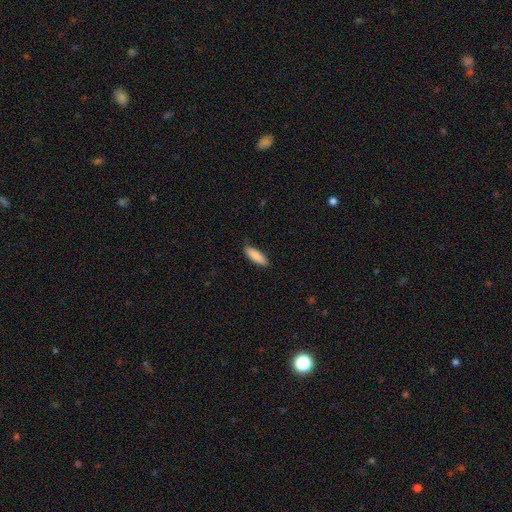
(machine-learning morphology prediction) Smooth or featured? Predicted: smooth (p=0.89). How rounded? Predicted: in between (p=0.57). Merging? Predicted: none (p=0.82).